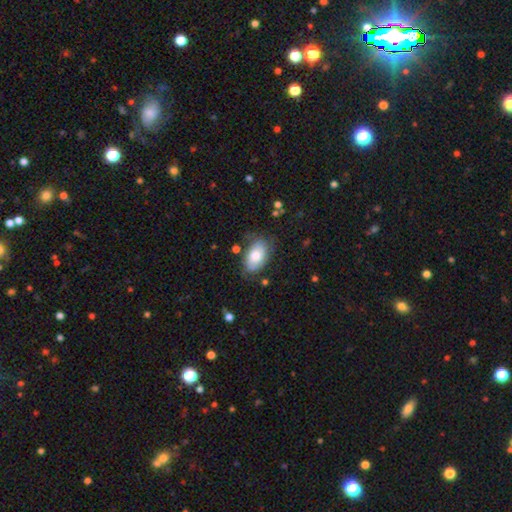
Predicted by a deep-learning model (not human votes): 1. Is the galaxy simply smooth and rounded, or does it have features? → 74% smooth, 19% featured or disk, 7% star or artifact.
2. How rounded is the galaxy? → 92% in between, 7% round, 1% cigar-shaped.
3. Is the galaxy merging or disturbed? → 62% none, 26% minor disturbance, 8% major disturbance, 3% merger.